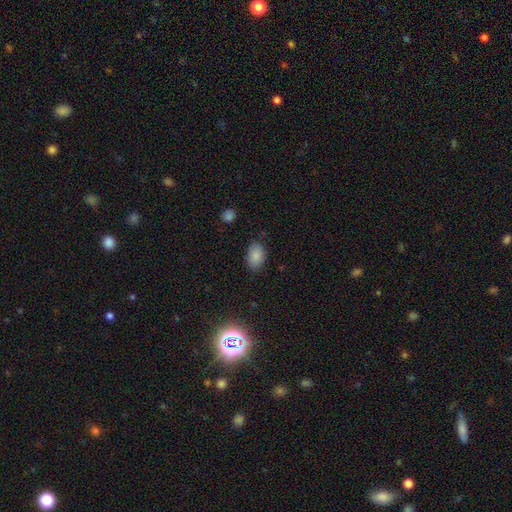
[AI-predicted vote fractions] Q: Smooth or featured?
A: smooth (86%); runner-up: star or artifact (9%)
Q: How rounded?
A: in between (87%); runner-up: round (12%)
Q: Merging?
A: none (82%); runner-up: minor disturbance (13%)